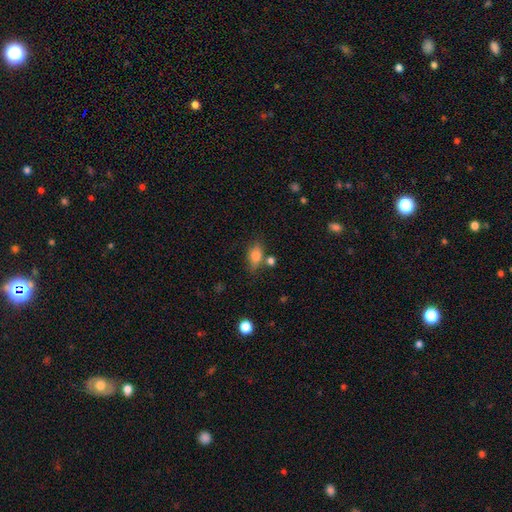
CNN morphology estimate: The model was most divided on "merging": none: 63%, minor disturbance: 20%, merger: 11%, major disturbance: 6%. More confident: how rounded — in between (79%); smooth or featured — smooth (76%).